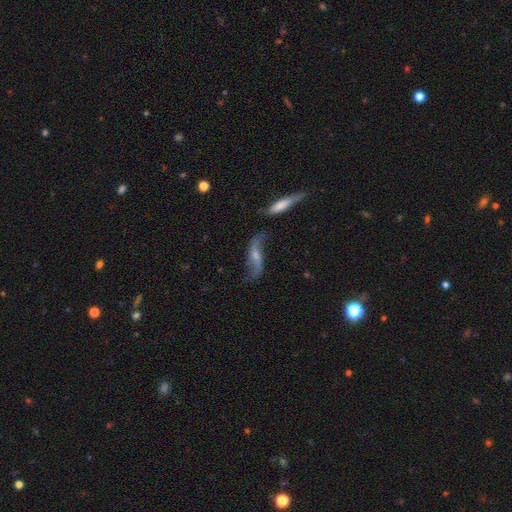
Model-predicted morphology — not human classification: type=featured or disk (76%); edge-on=no (82%); bar=no (46%); spiral arms=yes (91%); winding=loose (90%); arm count=2 (92%); bulge=small (48%); merging=none (61%).